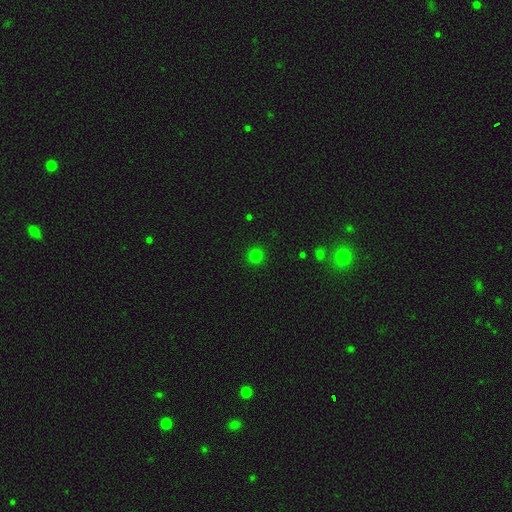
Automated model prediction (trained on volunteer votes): Q: Smooth or featured?
A: smooth (78%); runner-up: star or artifact (17%)
Q: How rounded?
A: round (94%); runner-up: in between (5%)
Q: Merging?
A: none (92%); runner-up: minor disturbance (5%)